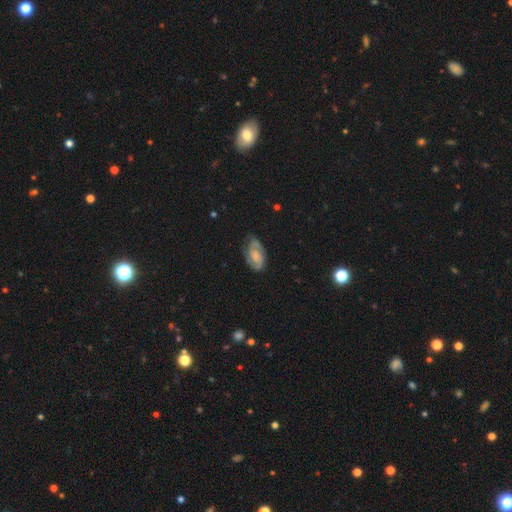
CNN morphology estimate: A featured or disk galaxy (64%) with no bar (62%), 2 (72%) medium (42%, tied with tight) spiral arms (89%) and a small central bulge (31%). Merging: none (68%).